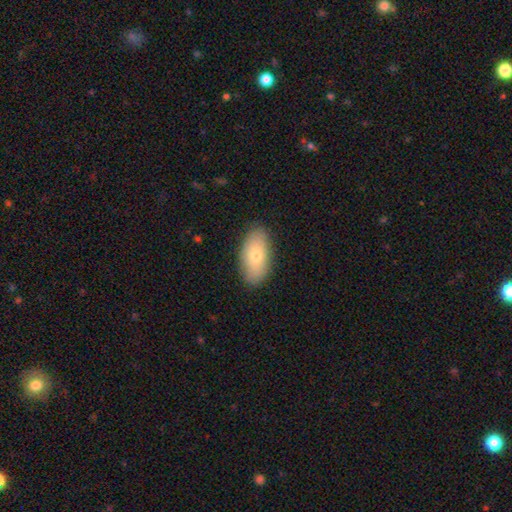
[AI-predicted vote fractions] This appears to be a smooth galaxy with no disk features (73%) that is in between round and cigar-shaped (91%). Merging: none (87%).